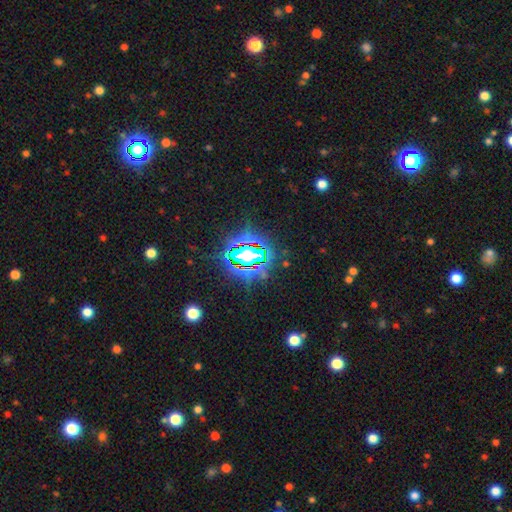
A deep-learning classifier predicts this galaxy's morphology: The model was most divided on "smooth or featured": star or artifact: 81%, smooth: 11%, featured or disk: 8%.